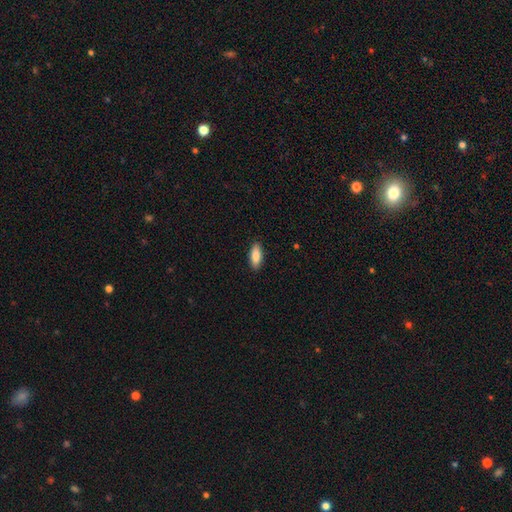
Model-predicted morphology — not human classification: This is clearly a smooth galaxy (85%). How rounded: likely in between (76%). Merging: clearly none (89%).